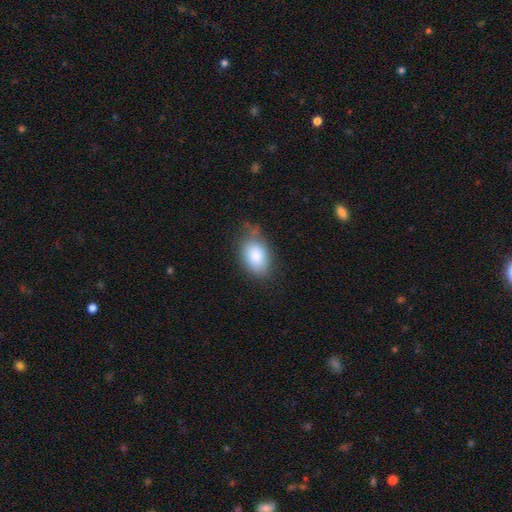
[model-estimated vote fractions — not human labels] This appears to be a smooth galaxy with no disk features (86%) that is in between round and cigar-shaped (88%). Merging: none (63%).